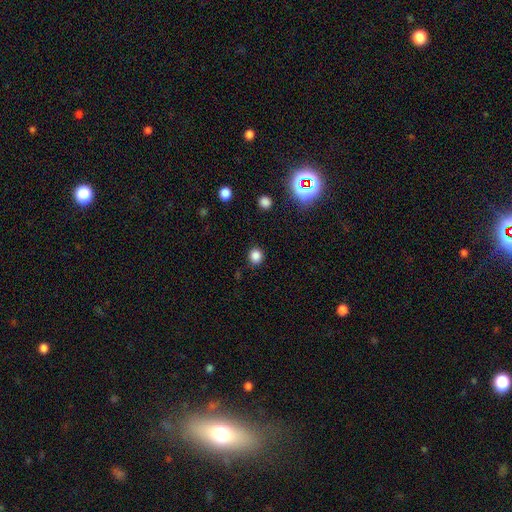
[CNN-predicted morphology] A smooth galaxy with no disk features (84%) that is round (87%). Merging: none (89%).